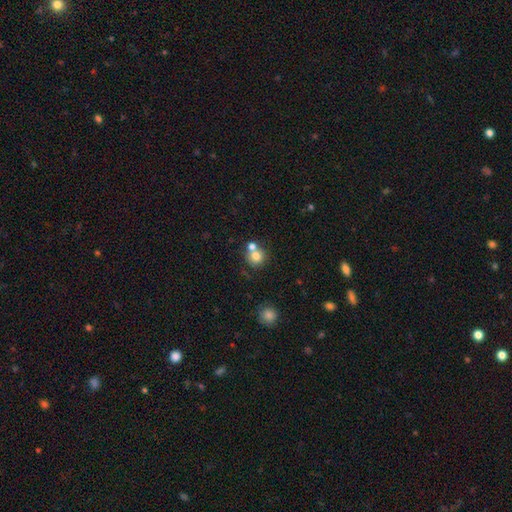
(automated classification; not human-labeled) Smooth or featured? Predicted: smooth (p=0.77). How rounded? Predicted: round (p=0.88). Merging? Predicted: none (p=0.51).